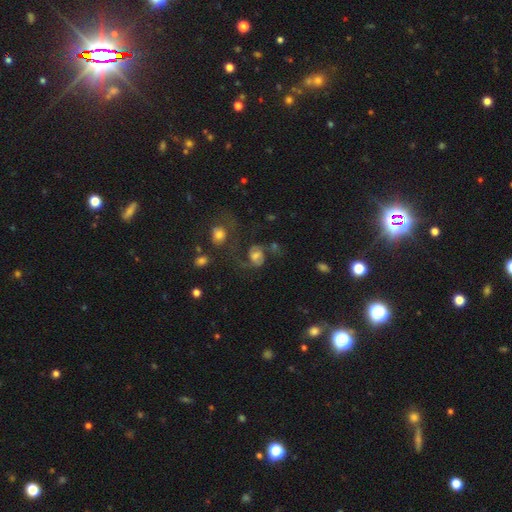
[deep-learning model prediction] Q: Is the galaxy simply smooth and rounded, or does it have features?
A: featured or disk — 61%.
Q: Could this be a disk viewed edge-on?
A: no — 97%.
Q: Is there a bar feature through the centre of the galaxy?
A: no — 48%.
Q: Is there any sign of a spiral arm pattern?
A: yes — 83%.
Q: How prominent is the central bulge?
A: moderate — 47%.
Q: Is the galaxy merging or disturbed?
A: none — 43%.